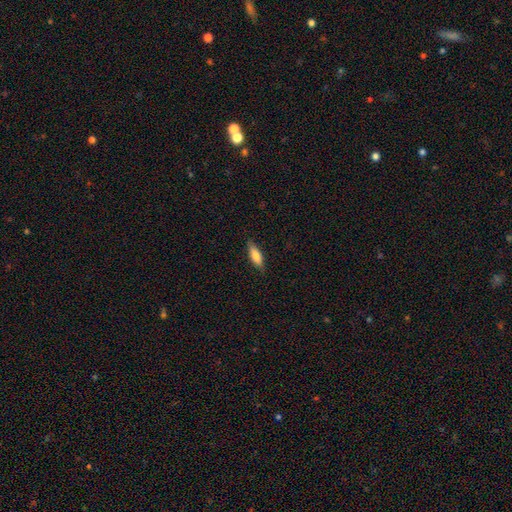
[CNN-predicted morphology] Q: Smooth or featured?
A: smooth (78%); runner-up: featured or disk (16%)
Q: How rounded?
A: in between (50%); runner-up: cigar-shaped (49%)
Q: Merging?
A: none (85%); runner-up: minor disturbance (12%)